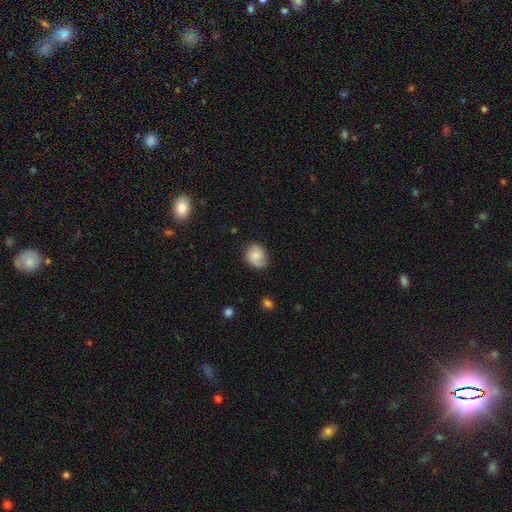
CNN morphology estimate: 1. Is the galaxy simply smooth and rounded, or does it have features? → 67% smooth, 25% featured or disk, 8% star or artifact.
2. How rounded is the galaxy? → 53% round, 46% in between, 1% cigar-shaped.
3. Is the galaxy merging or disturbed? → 70% none, 23% minor disturbance, 6% major disturbance, 1% merger.